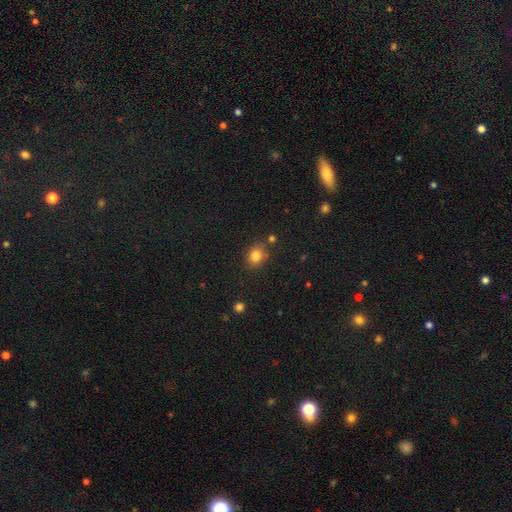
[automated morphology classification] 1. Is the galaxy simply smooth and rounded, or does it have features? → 82% smooth, 12% star or artifact, 6% featured or disk.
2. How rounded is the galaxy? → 58% round, 41% in between, 1% cigar-shaped.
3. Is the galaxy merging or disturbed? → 77% none, 14% minor disturbance, 6% merger, 4% major disturbance.